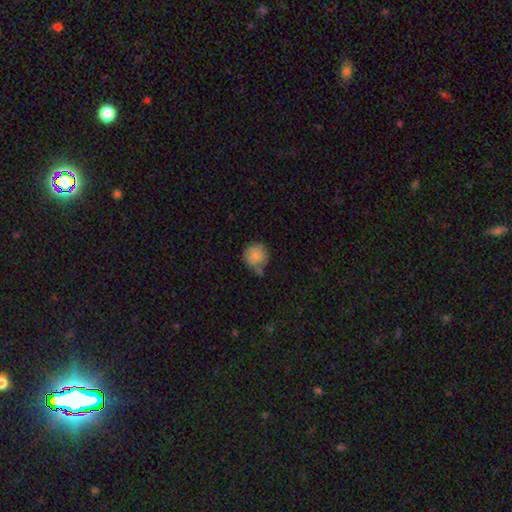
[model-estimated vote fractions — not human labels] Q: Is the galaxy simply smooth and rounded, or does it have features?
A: smooth — 84%.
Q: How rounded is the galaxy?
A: round — 90%.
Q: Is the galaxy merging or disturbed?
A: none — 60%.